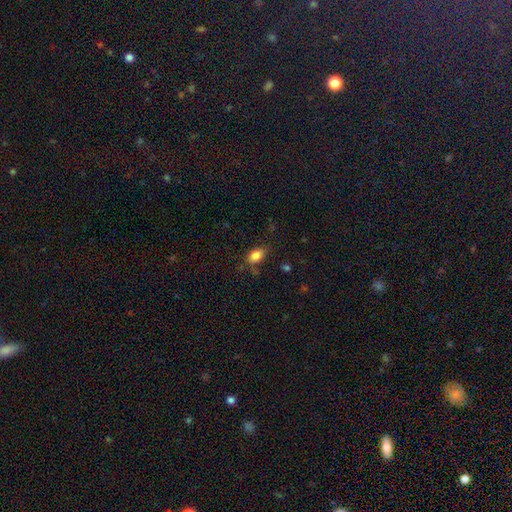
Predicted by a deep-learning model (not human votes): Q: Smooth or featured?
A: smooth (84%); runner-up: star or artifact (9%)
Q: How rounded?
A: in between (86%); runner-up: round (12%)
Q: Merging?
A: none (73%); runner-up: minor disturbance (19%)